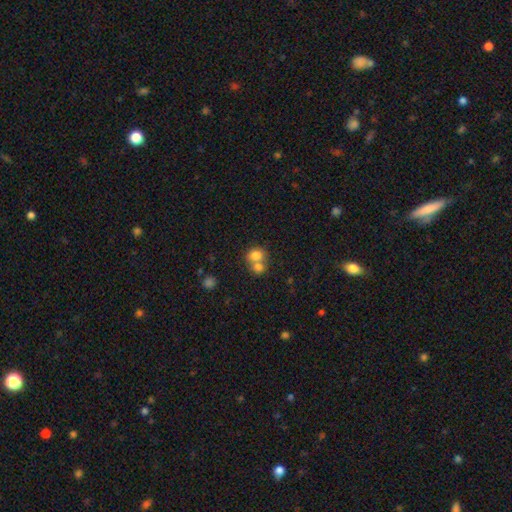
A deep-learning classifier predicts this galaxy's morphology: smooth-or-featured: smooth: 77% | featured or disk: 12% | star or artifact: 11%
  how-rounded: round: 63% | in between: 36% | cigar-shaped: 1%
  merging: merger: 59% | none: 32% | minor disturbance: 6% | major disturbance: 3%